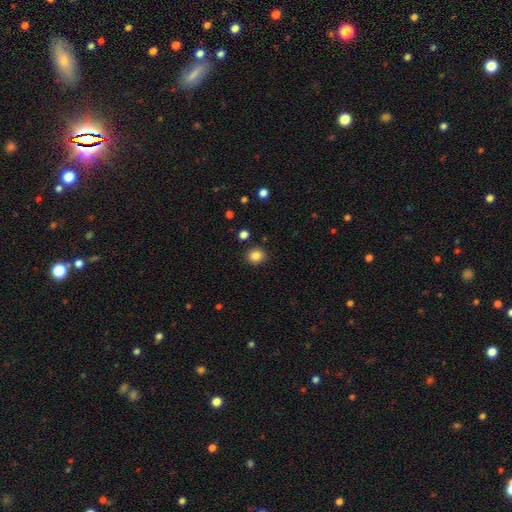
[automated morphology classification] smooth 85%, star or artifact 10%, featured or disk 5%. Down the decision tree: how rounded — round (77%); merging — none (89%).